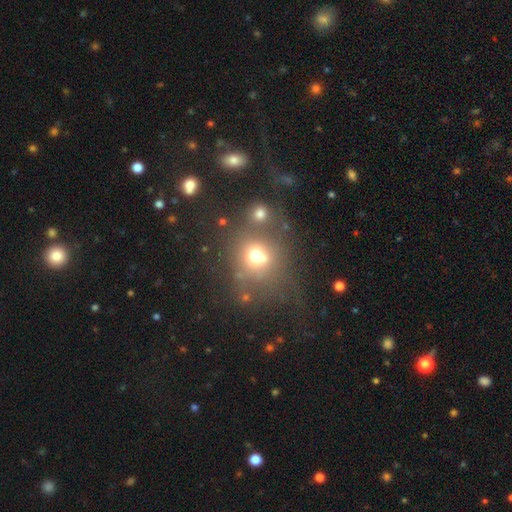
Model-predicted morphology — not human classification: smooth-or-featured: smooth: 62% | star or artifact: 20% | featured or disk: 18%
  how-rounded: round: 73% | in between: 25% | cigar-shaped: 1%
  merging: none: 43% | merger: 33% | minor disturbance: 13% | major disturbance: 11%